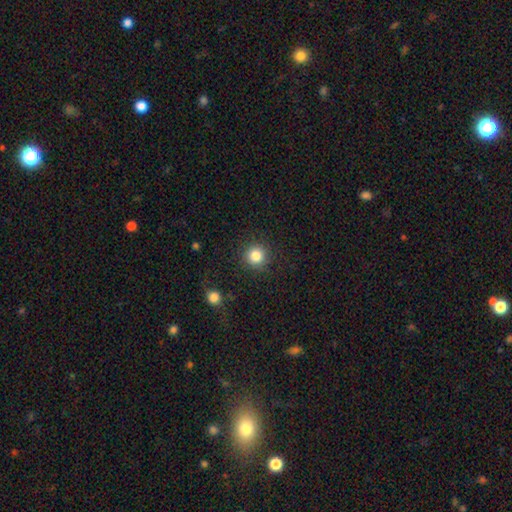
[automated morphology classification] Overall: smooth (83%). How rounded: round (94%). Merging: none (90%).